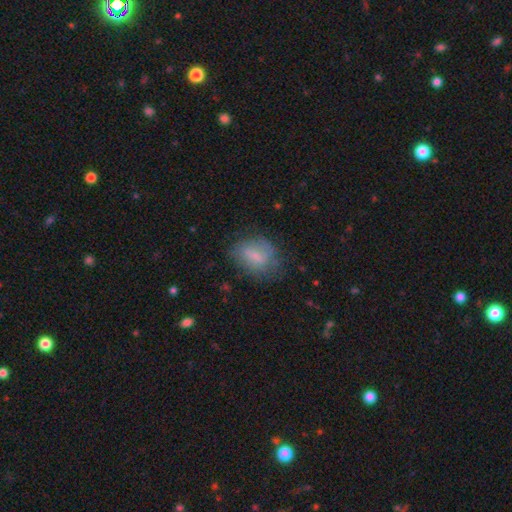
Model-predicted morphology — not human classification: Smooth or featured?
  - smooth: 62% *
  - featured or disk: 29%
  - star or artifact: 9%
How rounded?
  - in between: 68% *
  - round: 30%
  - cigar-shaped: 2%
Merging?
  - none: 59% *
  - minor disturbance: 26%
  - major disturbance: 13%
  - merger: 2%